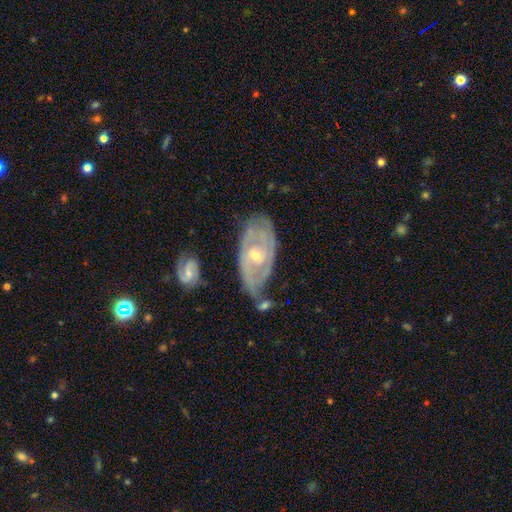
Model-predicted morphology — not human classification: Smooth or featured? Predicted: featured or disk (p=0.79). Edge-on disk? Predicted: no (p=0.93). Bar? Predicted: no (p=0.64). Spiral arms? Predicted: yes (p=0.81). Spiral winding? Predicted: tight (p=0.62). Spiral arm count? Predicted: can't tell (p=0.44). Bulge size? Predicted: small (p=0.55). Merging? Predicted: none (p=0.52).